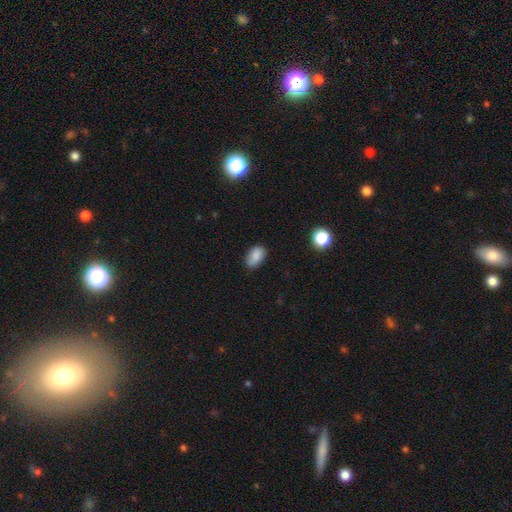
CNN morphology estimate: type=smooth (86%); roundness=in between (91%); merging=none (81%).